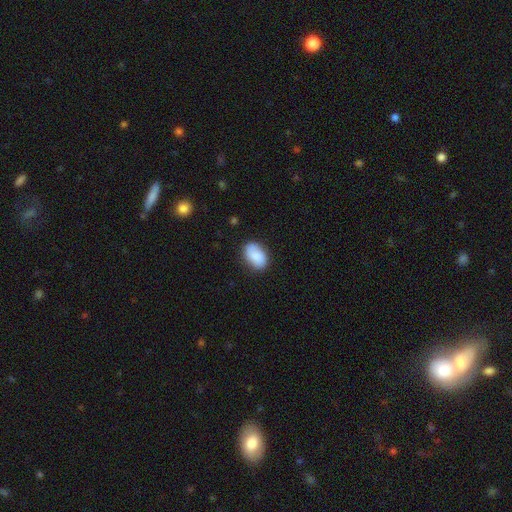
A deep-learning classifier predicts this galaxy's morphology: Smooth or featured: smooth — 82% (featured or disk — 11%)
How rounded: in between — 87% (round — 12%)
Merging: none — 75% (minor disturbance — 19%)